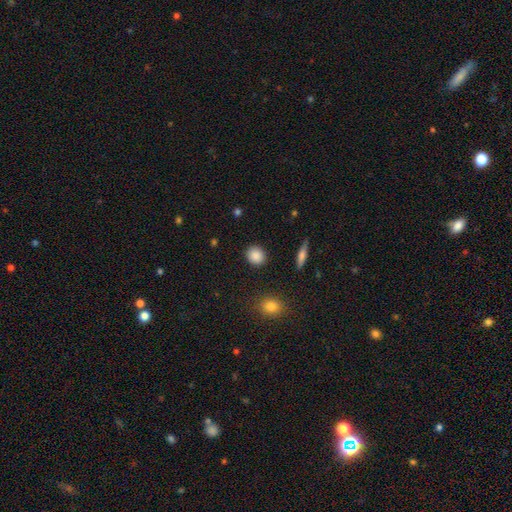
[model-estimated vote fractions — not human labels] Smooth or featured? smooth (87%)
How rounded? round (77%)
Merging? none (90%)